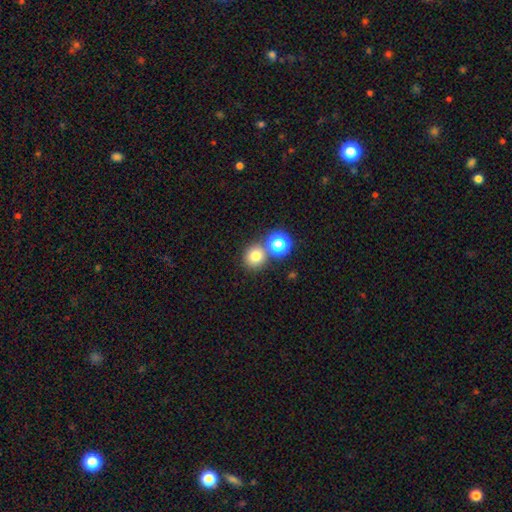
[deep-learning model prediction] smooth-or-featured: smooth: 77% | star or artifact: 16% | featured or disk: 8%
  how-rounded: round: 86% | in between: 13% | cigar-shaped: 1%
  merging: none: 66% | merger: 23% | minor disturbance: 8% | major disturbance: 3%